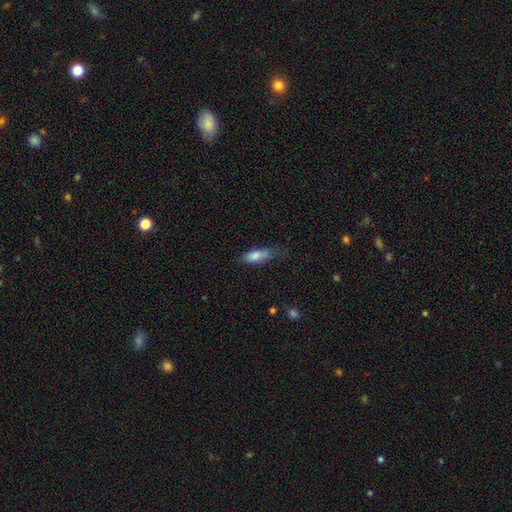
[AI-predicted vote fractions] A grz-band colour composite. It shows a smooth galaxy with no disk features (81%) that is in between round and cigar-shaped (68%). Merging: none (46%).